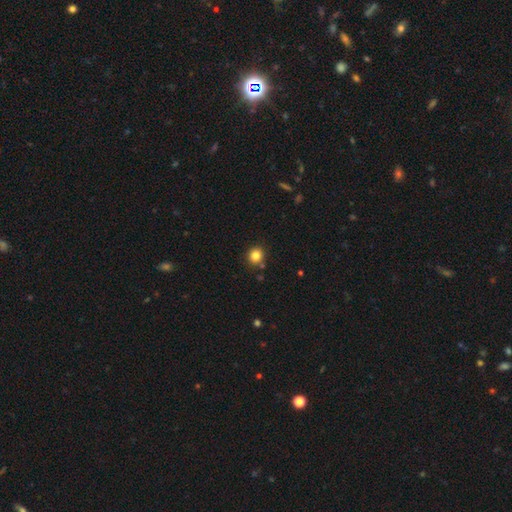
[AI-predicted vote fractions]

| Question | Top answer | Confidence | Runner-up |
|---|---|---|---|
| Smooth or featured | smooth | 83% | star or artifact (12%) |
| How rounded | round | 87% | in between (12%) |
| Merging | none | 85% | minor disturbance (9%) |